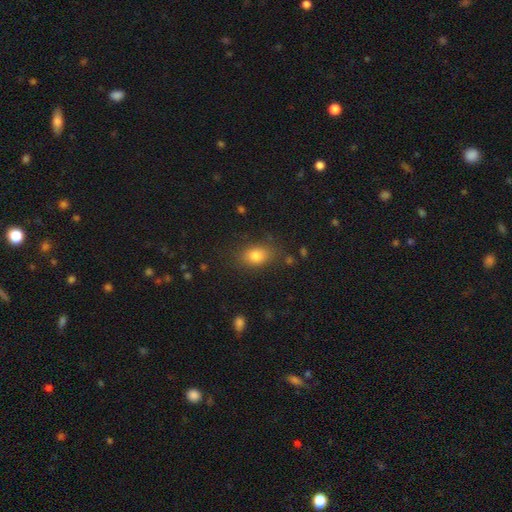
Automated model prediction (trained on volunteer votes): smooth 81%, star or artifact 11%, featured or disk 8%. Down the decision tree: how rounded — in between (72%); merging — none (80%).